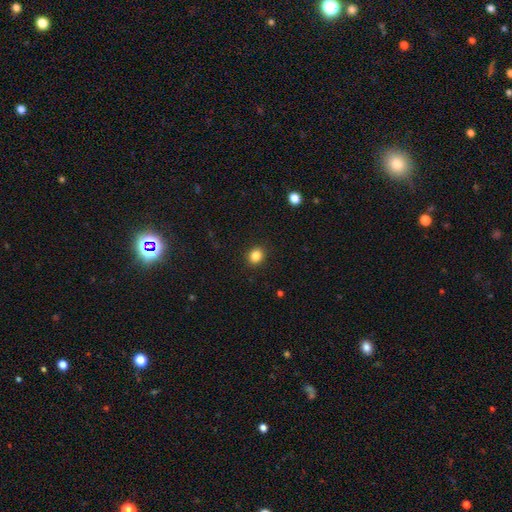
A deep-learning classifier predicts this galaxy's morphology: Smooth or featured? Predicted: smooth (p=0.85). How rounded? Predicted: round (p=0.69). Merging? Predicted: none (p=0.91).